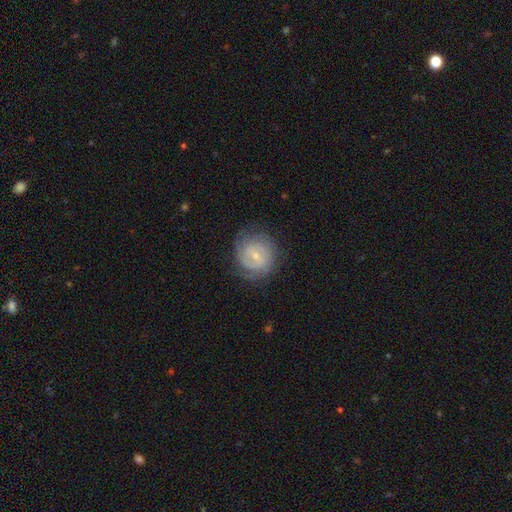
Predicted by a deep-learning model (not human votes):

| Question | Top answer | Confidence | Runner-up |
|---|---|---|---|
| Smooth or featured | featured or disk | 68% | smooth (25%) |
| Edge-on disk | no | 97% | yes (3%) |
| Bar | no | 47% | weak (44%) |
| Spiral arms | yes | 86% | no (14%) |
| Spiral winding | tight | 62% | medium (29%) |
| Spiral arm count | can't tell | 40% | 2 (34%) |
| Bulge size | small | 70% | moderate (26%) |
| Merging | none | 74% | minor disturbance (17%) |